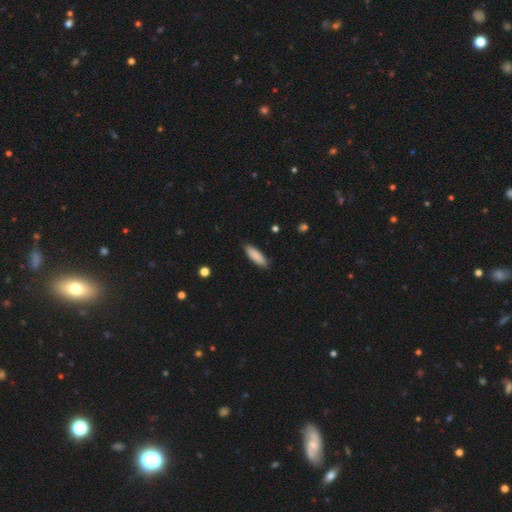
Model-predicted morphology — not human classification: Overall: smooth (88%). How rounded: cigar-shaped (51%; in between 47%). Merging: none (88%).